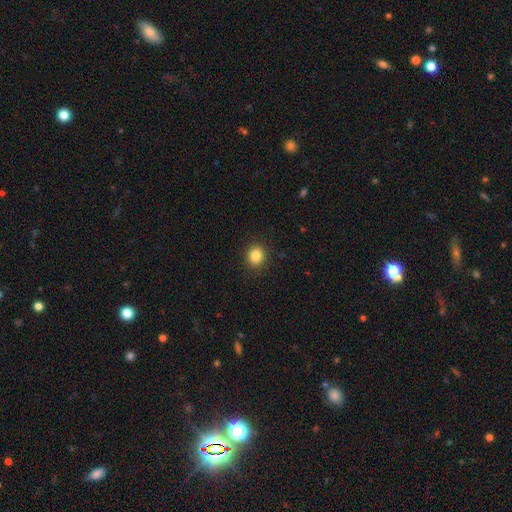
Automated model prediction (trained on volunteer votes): Morphology: type=smooth (84%); roundness=round (85%); merging=none (91%).